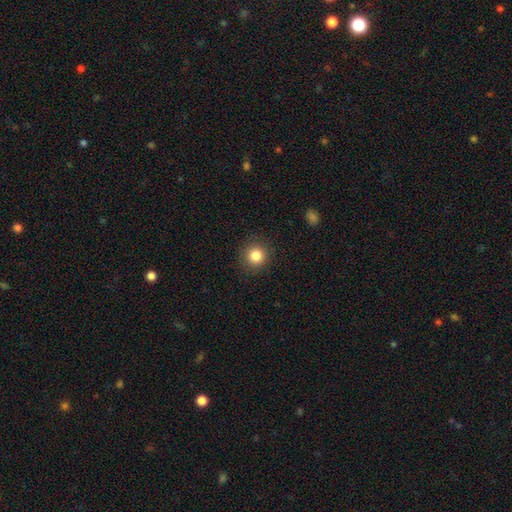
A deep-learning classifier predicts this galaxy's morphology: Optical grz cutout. It shows a smooth galaxy with no disk features (84%) that is round (93%). Merging: none (90%).